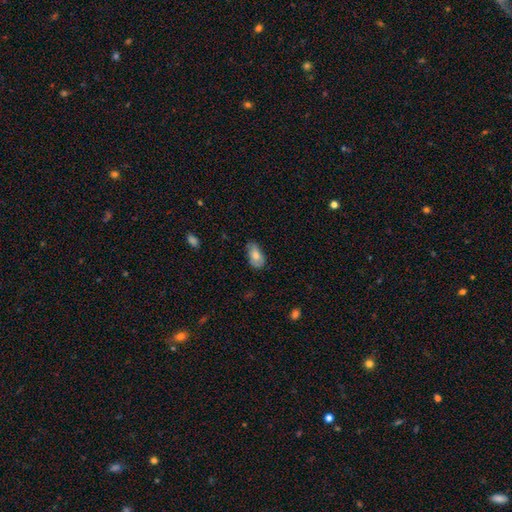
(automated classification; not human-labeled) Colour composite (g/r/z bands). It shows a smooth galaxy with no disk features (75%) that is in between round and cigar-shaped (92%). Merging: none (62%).